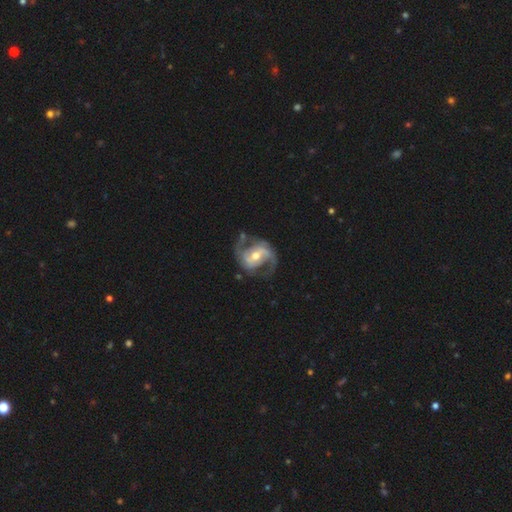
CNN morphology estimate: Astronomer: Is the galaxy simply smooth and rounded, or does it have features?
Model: featured or disk — 90%.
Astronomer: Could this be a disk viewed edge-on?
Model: no — 98%.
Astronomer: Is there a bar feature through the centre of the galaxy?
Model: weak — 43% (runner-up: strong, 34%).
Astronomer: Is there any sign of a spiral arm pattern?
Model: yes — 96%.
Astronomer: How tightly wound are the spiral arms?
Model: medium — 55%.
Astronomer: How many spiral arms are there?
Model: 2 — 90%.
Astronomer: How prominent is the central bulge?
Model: moderate — 66%.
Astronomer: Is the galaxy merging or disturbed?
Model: none — 70%.